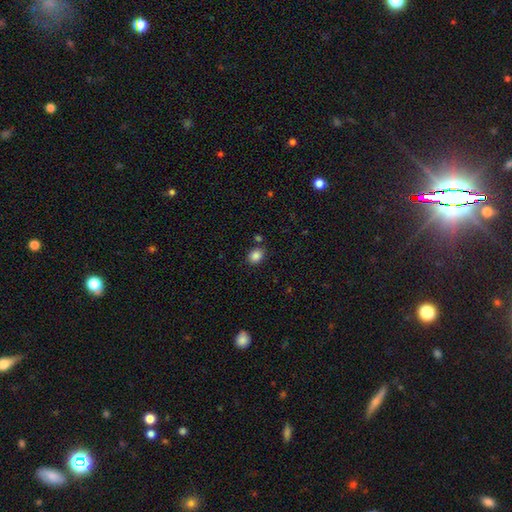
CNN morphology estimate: Smooth or featured: smooth — 86% (star or artifact — 10%)
How rounded: round — 52% (in between — 48%)
Merging: none — 82% (minor disturbance — 10%)